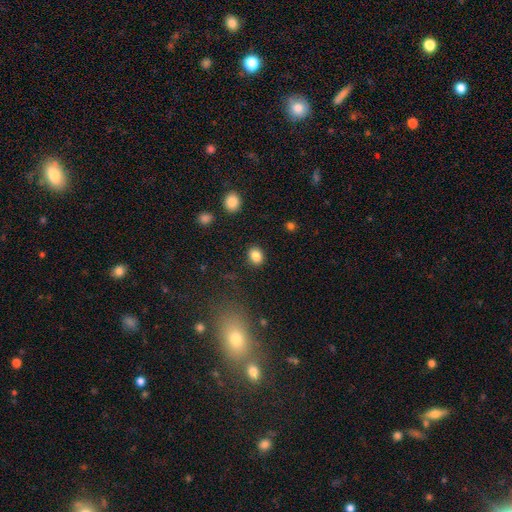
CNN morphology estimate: A smooth galaxy with no disk features (86%) that is in between round and cigar-shaped (54%). Merging: none (87%).